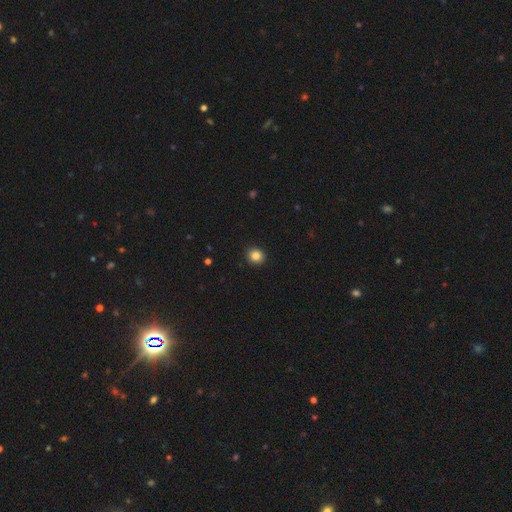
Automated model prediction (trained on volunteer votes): smooth 85%, star or artifact 11%, featured or disk 4%. Down the decision tree: how rounded — round (86%); merging — none (92%).